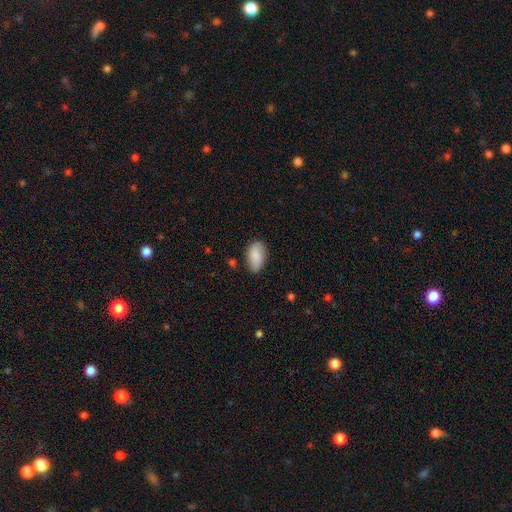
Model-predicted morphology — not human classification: This appears to be a smooth galaxy with no disk features (83%) that is in between round and cigar-shaped (93%). Merging: none (75%).